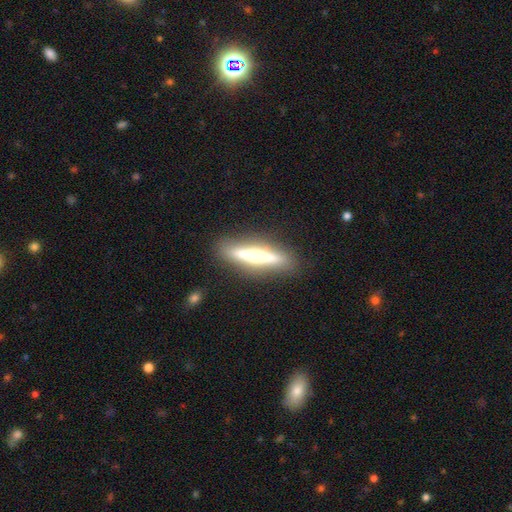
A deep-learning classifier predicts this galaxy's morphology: type=featured or disk (59%); edge-on=yes (94%); edge-on bulge=rounded (64%); merging=none (88%).